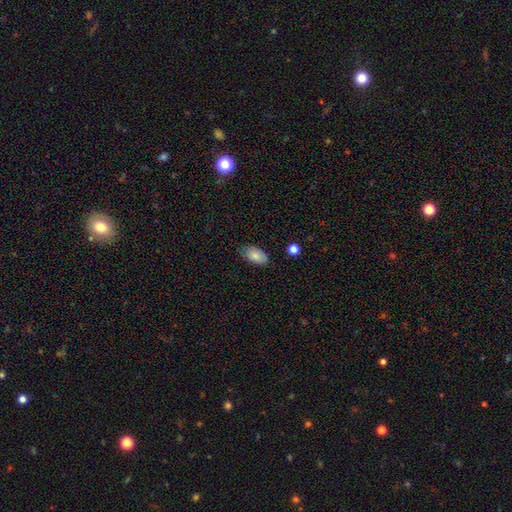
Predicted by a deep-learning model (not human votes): This is clearly a smooth galaxy (84%). How rounded: clearly in between (93%). Merging: likely none (74%).